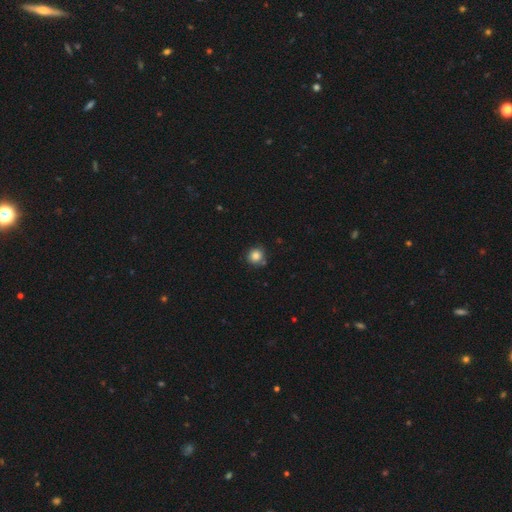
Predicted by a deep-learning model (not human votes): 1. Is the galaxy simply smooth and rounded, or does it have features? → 84% smooth, 11% star or artifact, 5% featured or disk.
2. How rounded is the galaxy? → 90% round, 9% in between, 1% cigar-shaped.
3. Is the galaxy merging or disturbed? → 78% none, 13% minor disturbance, 6% merger, 3% major disturbance.